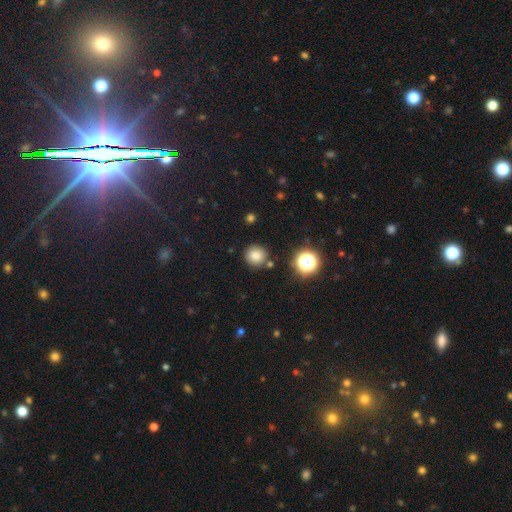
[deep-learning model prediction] smooth-or-featured: smooth: 81% | star or artifact: 14% | featured or disk: 5%
  how-rounded: round: 92% | in between: 7% | cigar-shaped: 1%
  merging: none: 84% | minor disturbance: 8% | merger: 5% | major disturbance: 3%